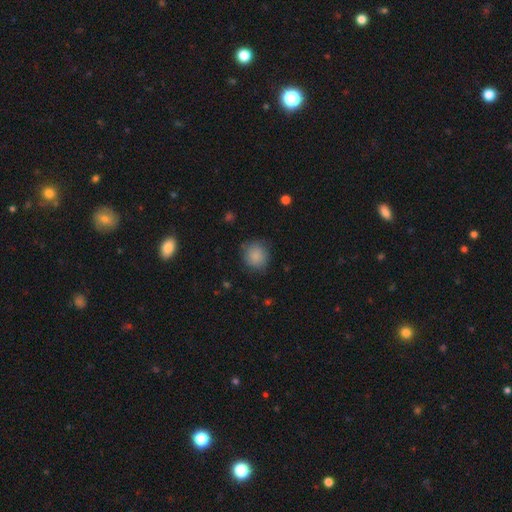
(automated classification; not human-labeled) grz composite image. It shows a smooth galaxy with no disk features (86%) that is round (88%). Merging: none (79%).